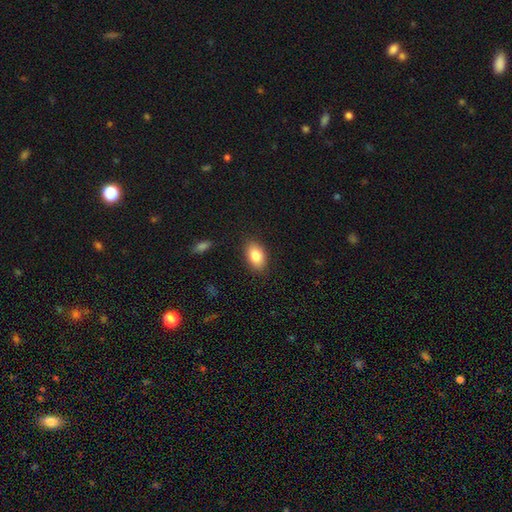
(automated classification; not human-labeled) Q: Smooth or featured?
A: smooth (84%); runner-up: featured or disk (9%)
Q: How rounded?
A: in between (90%); runner-up: round (9%)
Q: Merging?
A: none (86%); runner-up: minor disturbance (10%)